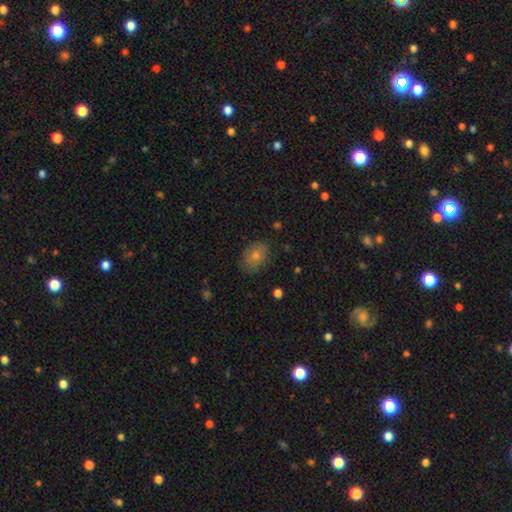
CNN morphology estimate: smooth_or_featured: smooth (p=0.70) [alt: featured or disk p=0.16]
how_rounded: in between (p=0.69) [alt: round p=0.30]
merging: none (p=0.83) [alt: minor disturbance p=0.13]